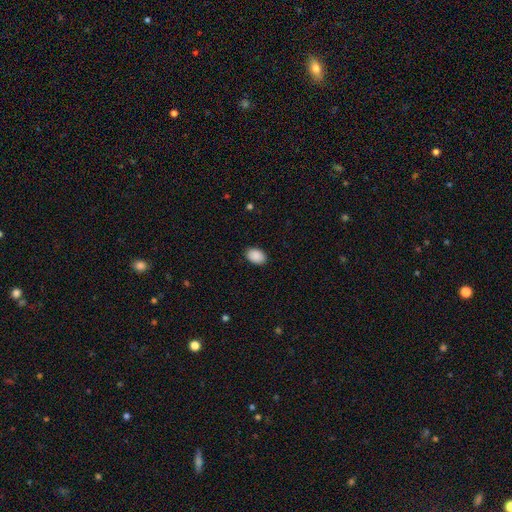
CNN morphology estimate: The model was most divided on "how rounded": in between: 84%, round: 15%, cigar-shaped: 1%. More confident: smooth or featured — smooth (90%); merging — none (89%).